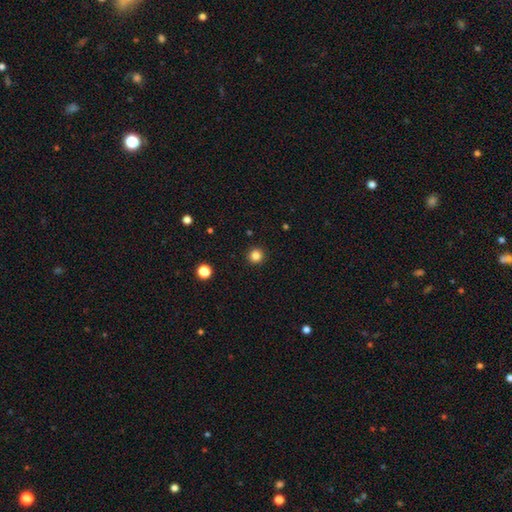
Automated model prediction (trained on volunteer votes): This is clearly a smooth galaxy (84%). How rounded: clearly round (95%). Merging: clearly none (93%).